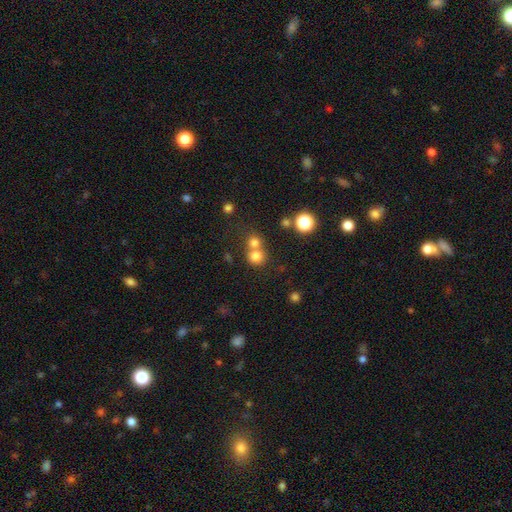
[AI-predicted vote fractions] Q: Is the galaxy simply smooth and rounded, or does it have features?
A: smooth — 76%.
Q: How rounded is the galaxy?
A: round — 87%.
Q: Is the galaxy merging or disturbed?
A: none — 51%.